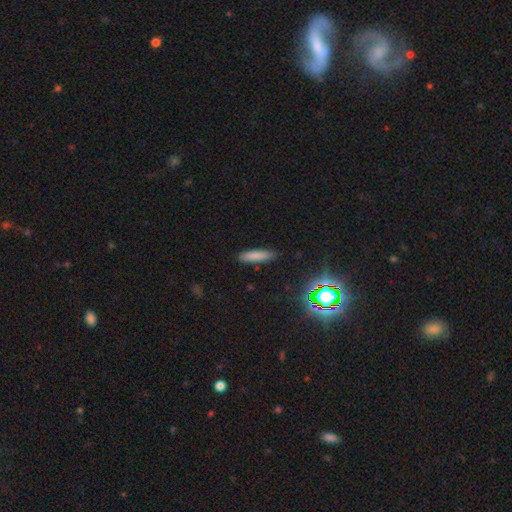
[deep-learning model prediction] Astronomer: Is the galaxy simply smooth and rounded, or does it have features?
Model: smooth — 81%.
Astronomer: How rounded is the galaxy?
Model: cigar-shaped — 77%.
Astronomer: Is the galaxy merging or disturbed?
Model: none — 89%.